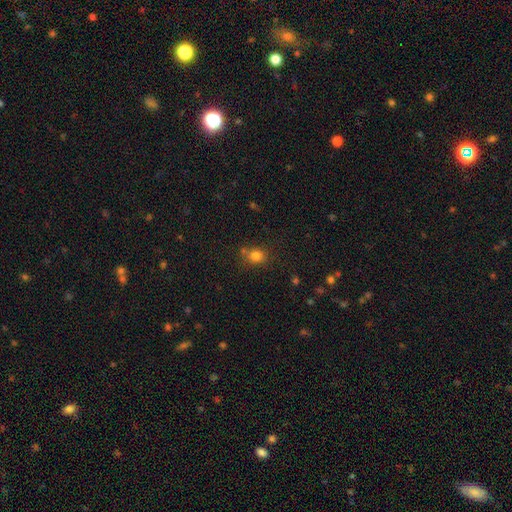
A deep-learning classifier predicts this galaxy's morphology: Smooth or featured?
  - smooth: 80% *
  - star or artifact: 14%
  - featured or disk: 7%
How rounded?
  - round: 68% *
  - in between: 31%
  - cigar-shaped: 1%
Merging?
  - none: 71% *
  - minor disturbance: 14%
  - merger: 11%
  - major disturbance: 4%